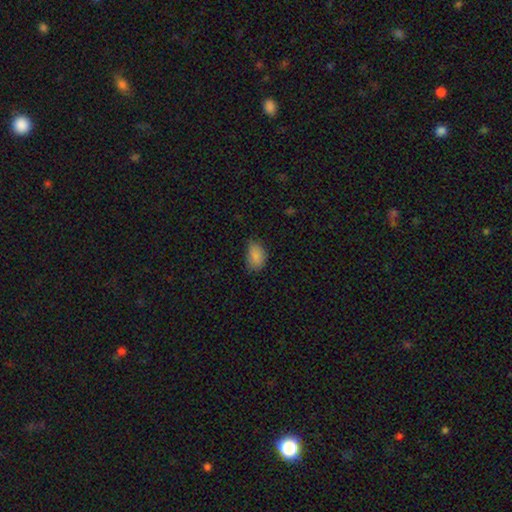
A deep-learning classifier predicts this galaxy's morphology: Q: Smooth or featured?
A: smooth (84%); runner-up: star or artifact (9%)
Q: How rounded?
A: in between (83%); runner-up: round (15%)
Q: Merging?
A: none (62%); runner-up: minor disturbance (31%)